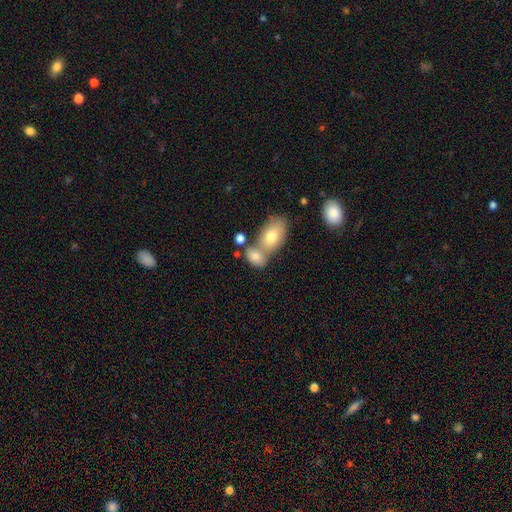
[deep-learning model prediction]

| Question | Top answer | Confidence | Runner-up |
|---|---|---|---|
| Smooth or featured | smooth | 74% | featured or disk (16%) |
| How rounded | in between | 83% | round (14%) |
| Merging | merger | 51% | none (36%) |